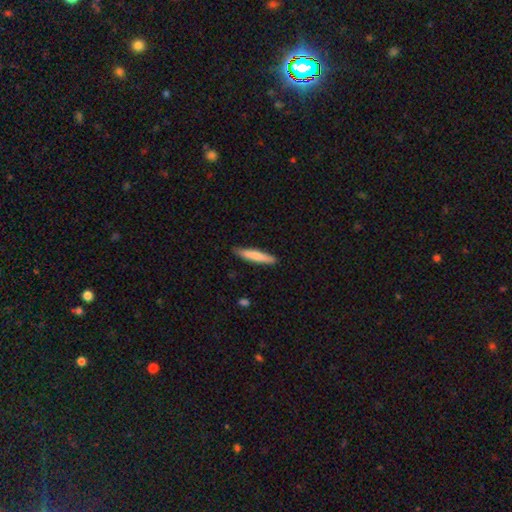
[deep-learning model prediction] Morphology: type=smooth (78%); roundness=cigar-shaped (91%); merging=none (85%).